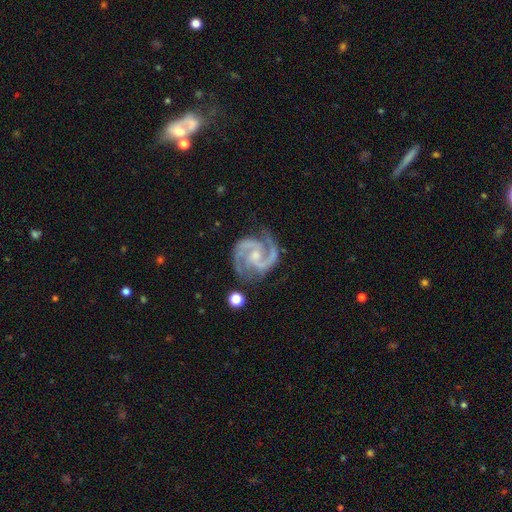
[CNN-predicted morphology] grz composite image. It shows a featured or disk galaxy (94%) with no bar (48%), 2 (88%) medium (55%) spiral arms (99%) and a small central bulge (50%). Merging: none (75%).